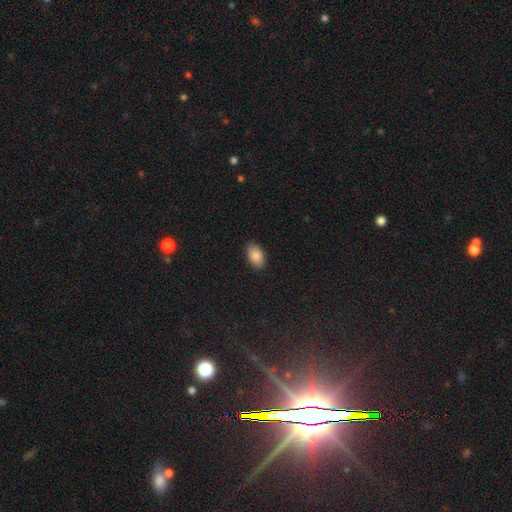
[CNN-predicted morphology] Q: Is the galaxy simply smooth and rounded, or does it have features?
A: smooth — 87%.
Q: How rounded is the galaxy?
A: in between — 93%.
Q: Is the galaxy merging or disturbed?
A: none — 88%.